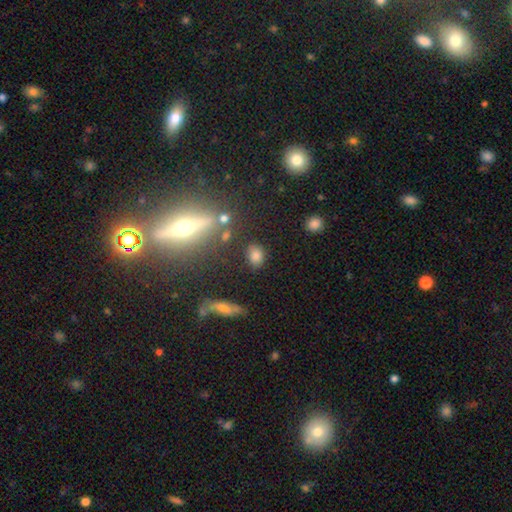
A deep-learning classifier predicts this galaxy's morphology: The model was most divided on "how rounded": in between: 63%, round: 35%, cigar-shaped: 2%. More confident: smooth or featured — smooth (77%); merging — none (75%).